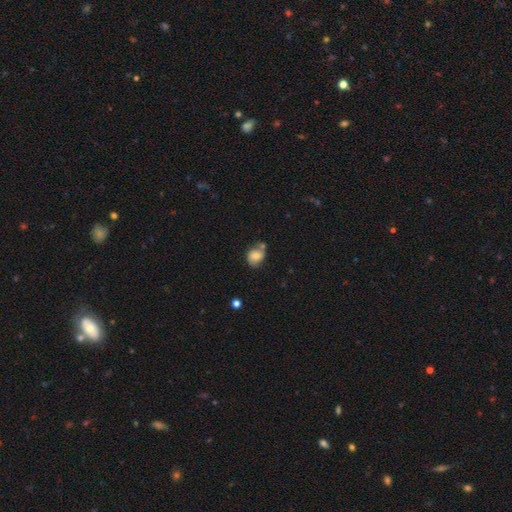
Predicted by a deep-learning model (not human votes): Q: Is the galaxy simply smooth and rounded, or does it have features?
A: smooth — 67%.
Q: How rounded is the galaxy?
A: round — 51%.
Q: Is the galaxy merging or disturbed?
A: none — 50%.